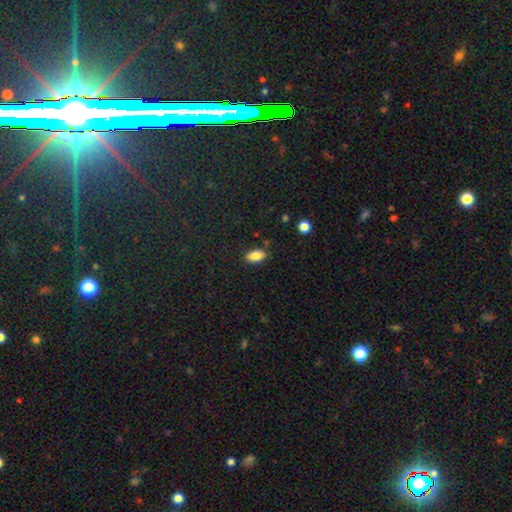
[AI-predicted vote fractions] smooth_or_featured: smooth (p=0.85) [alt: star or artifact p=0.08]
how_rounded: in between (p=0.90) [alt: cigar-shaped p=0.06]
merging: none (p=0.84) [alt: minor disturbance p=0.12]